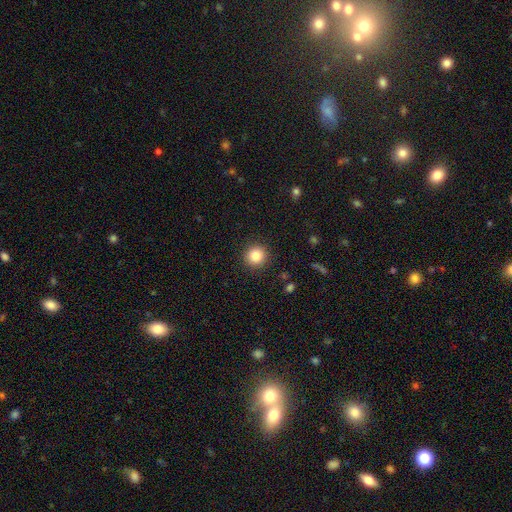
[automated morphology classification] smooth_or_featured: smooth (p=0.83) [alt: star or artifact p=0.11]
how_rounded: round (p=0.94) [alt: in between p=0.05]
merging: none (p=0.92) [alt: minor disturbance p=0.05]